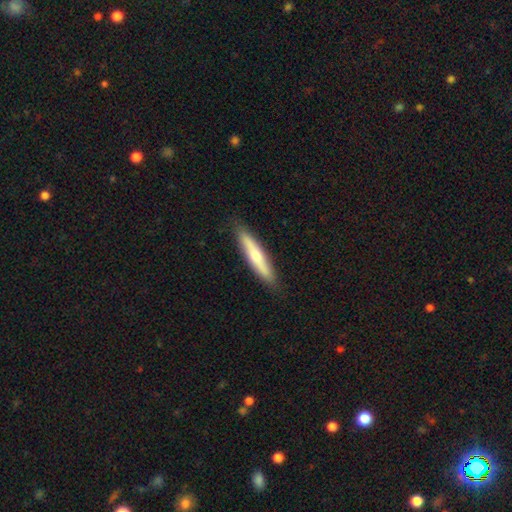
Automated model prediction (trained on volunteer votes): A smooth galaxy with no disk features (55%) that is cigar-shaped (89%). Merging: none (88%).